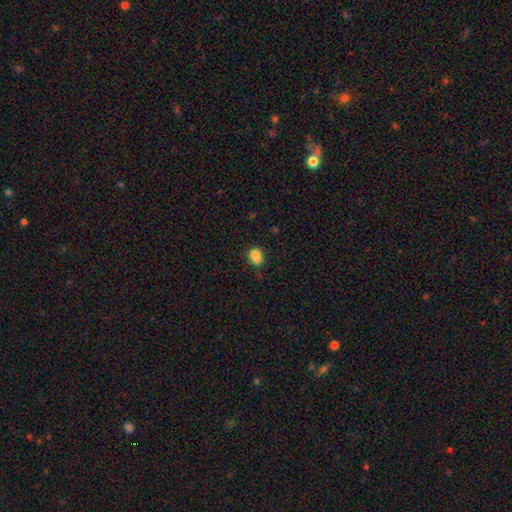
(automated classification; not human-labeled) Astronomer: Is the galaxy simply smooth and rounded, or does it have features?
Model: smooth — 79%.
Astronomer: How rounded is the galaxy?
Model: in between — 58% (runner-up: round, 40%).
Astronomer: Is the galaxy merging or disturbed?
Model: none — 42% (runner-up: merger, 28%).